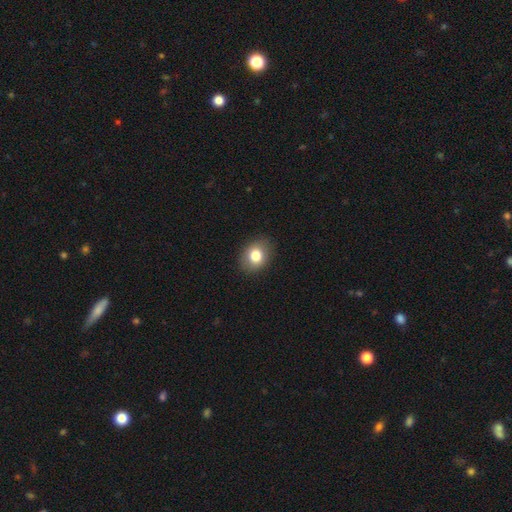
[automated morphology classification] This appears to be a smooth galaxy with no disk features (81%) that is in between round and cigar-shaped (51%). Merging: none (87%).